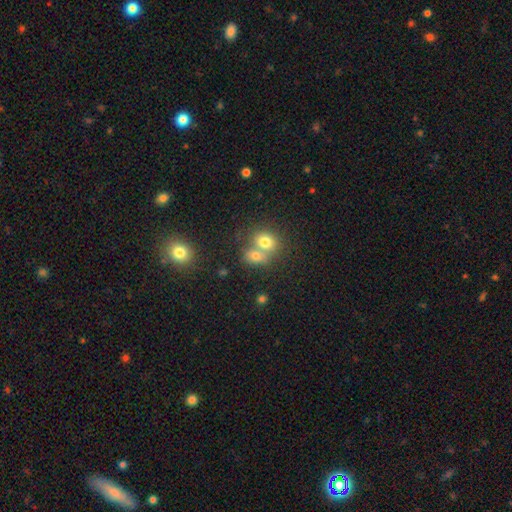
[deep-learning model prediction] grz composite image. It shows a smooth galaxy with no disk features (73%) that is in between round and cigar-shaped (55%). Merging: merger (61%).